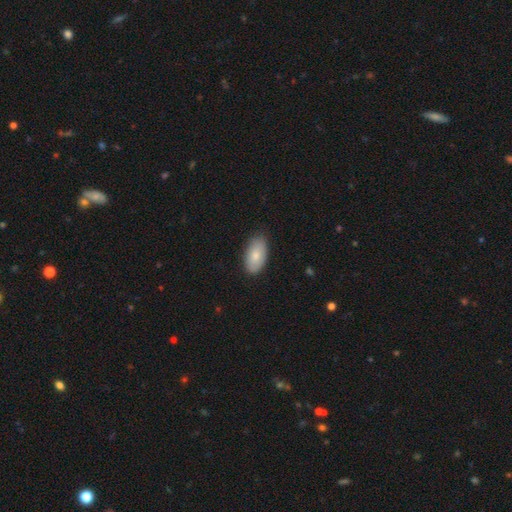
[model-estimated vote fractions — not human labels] Q: Smooth or featured?
A: smooth (81%); runner-up: featured or disk (13%)
Q: How rounded?
A: in between (94%); runner-up: round (4%)
Q: Merging?
A: none (83%); runner-up: minor disturbance (14%)